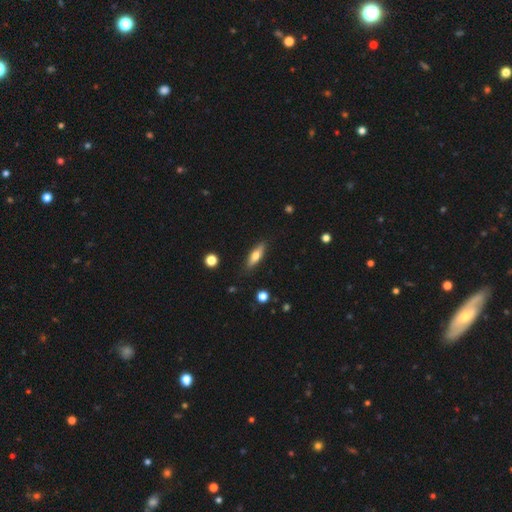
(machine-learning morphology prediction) Smooth or featured? Predicted: smooth (p=0.59). How rounded? Predicted: cigar-shaped (p=0.54). Merging? Predicted: none (p=0.86).